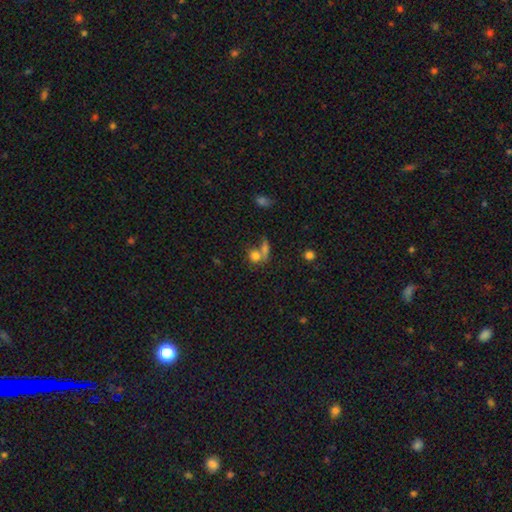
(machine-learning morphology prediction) This is likely a smooth galaxy (75%). How rounded: likely round (66%). Merging: marginally none (42%).